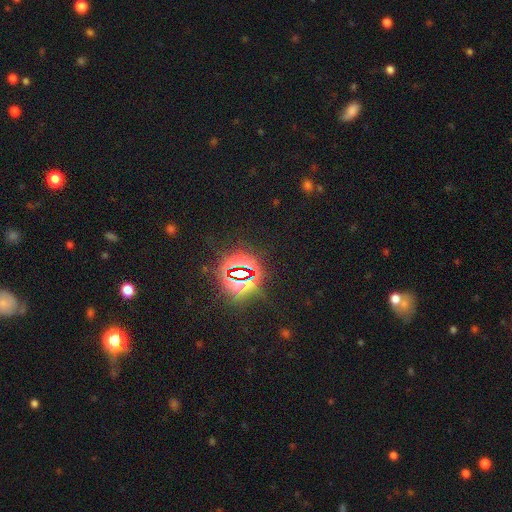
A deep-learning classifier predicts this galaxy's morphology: This appears to be a star or artifact, not a galaxy (79%).